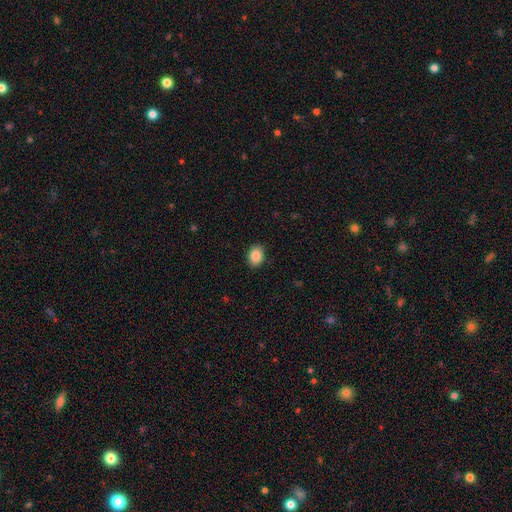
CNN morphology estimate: The model was most divided on "how rounded": in between: 65%, round: 35%, cigar-shaped: 1%. More confident: merging — none (90%); smooth or featured — smooth (88%).